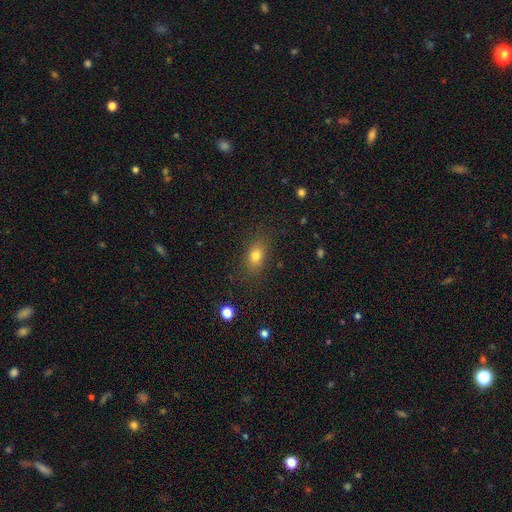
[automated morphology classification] Q: Smooth or featured?
A: smooth (77%); runner-up: star or artifact (12%)
Q: How rounded?
A: in between (73%); runner-up: round (23%)
Q: Merging?
A: none (81%); runner-up: minor disturbance (13%)